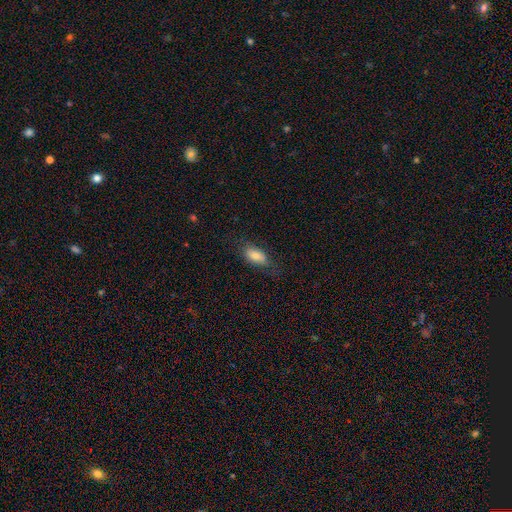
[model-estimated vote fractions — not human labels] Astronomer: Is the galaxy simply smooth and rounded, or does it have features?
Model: smooth — 78%.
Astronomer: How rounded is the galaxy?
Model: in between — 87%.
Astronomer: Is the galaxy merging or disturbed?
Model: none — 69%.